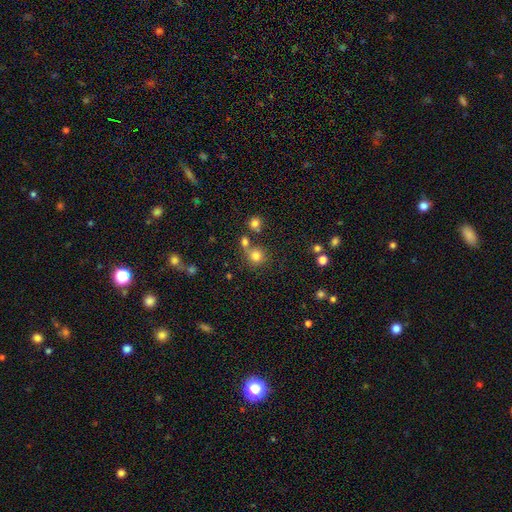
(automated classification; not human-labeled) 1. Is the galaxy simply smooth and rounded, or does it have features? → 77% smooth, 16% star or artifact, 8% featured or disk.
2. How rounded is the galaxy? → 90% round, 9% in between, 1% cigar-shaped.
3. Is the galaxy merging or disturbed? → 66% none, 20% merger, 10% minor disturbance, 4% major disturbance.